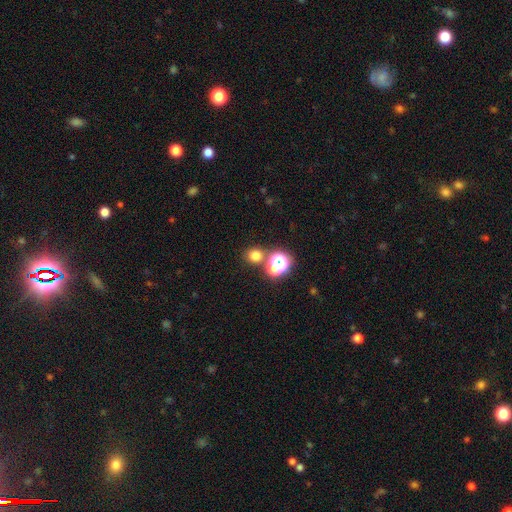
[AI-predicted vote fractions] Morphology: type=smooth (70%); roundness=round (83%); merging=none (74%).